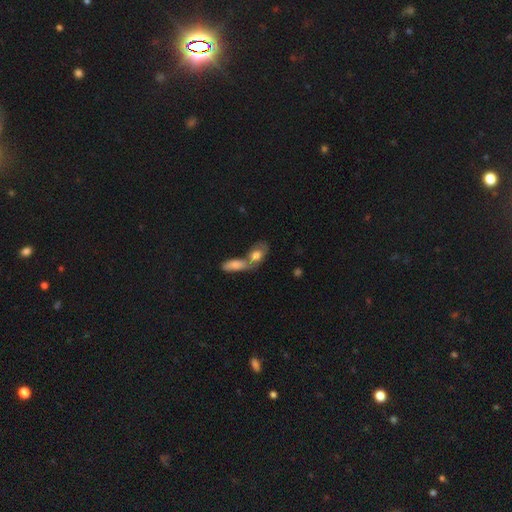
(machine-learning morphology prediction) smooth-or-featured: smooth: 71% | featured or disk: 22% | star or artifact: 8%
  how-rounded: in between: 82% | round: 10% | cigar-shaped: 8%
  merging: merger: 65% | none: 23% | minor disturbance: 8% | major disturbance: 5%